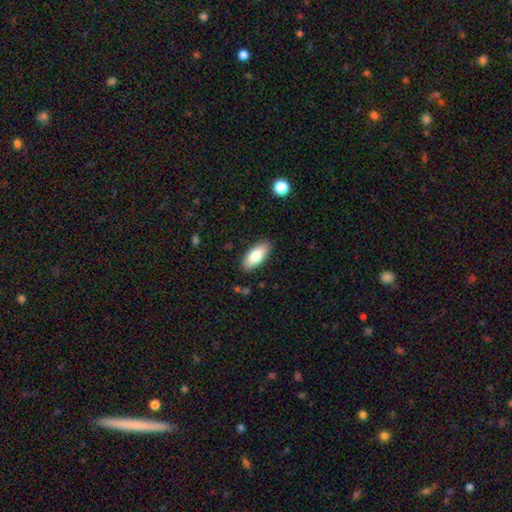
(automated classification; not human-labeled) Smooth or featured: smooth — 80% (featured or disk — 14%)
How rounded: in between — 84% (cigar-shaped — 14%)
Merging: none — 87% (minor disturbance — 9%)